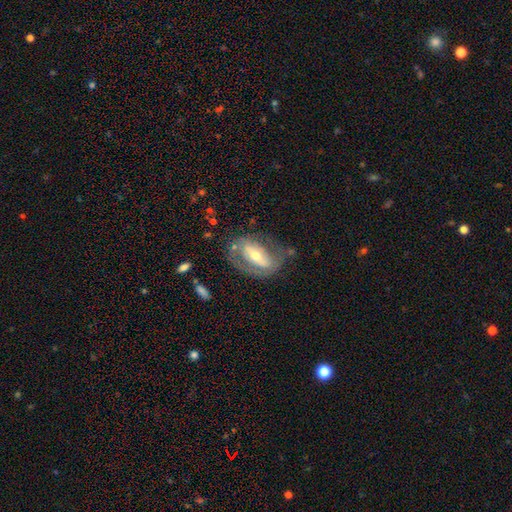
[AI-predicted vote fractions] Q: Smooth or featured?
A: featured or disk (70%); runner-up: smooth (24%)
Q: Edge-on disk?
A: no (91%); runner-up: yes (9%)
Q: Bar?
A: strong (48%); runner-up: weak (28%)
Q: Spiral arms?
A: yes (59%); runner-up: no (41%)
Q: Bulge size?
A: moderate (53%); runner-up: small (39%)
Q: Merging?
A: none (58%); runner-up: minor disturbance (22%)